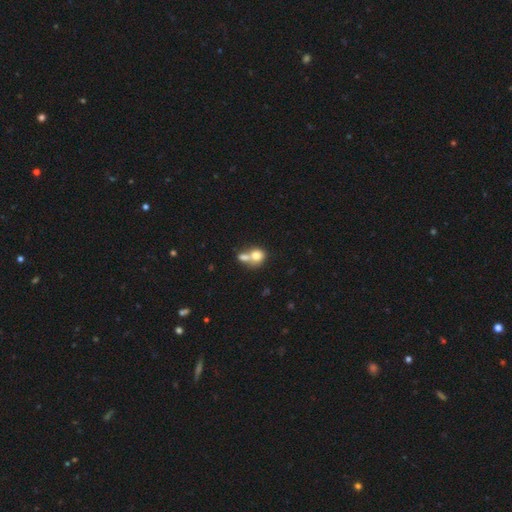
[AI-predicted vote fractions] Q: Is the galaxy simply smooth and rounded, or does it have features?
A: smooth — 75%.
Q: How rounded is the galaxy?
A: round — 67%.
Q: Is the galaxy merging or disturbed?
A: merger — 64%.